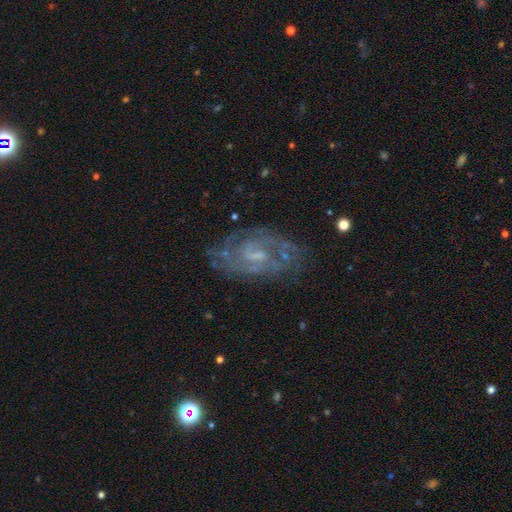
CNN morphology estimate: type=featured or disk (82%); edge-on=no (96%); bar=weak (54%); spiral arms=yes (91%); winding=tight (46%); arm count=2 (48%); bulge=small (50%); merging=none (74%).